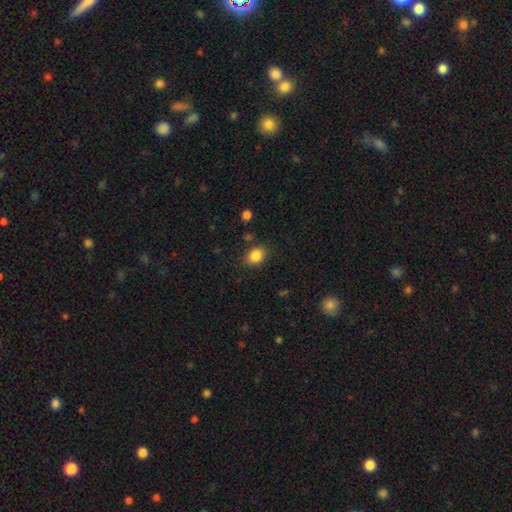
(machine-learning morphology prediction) A smooth galaxy with no disk features (86%) that is in between round and cigar-shaped (53%).

Vote fractions:
- Smooth or featured? smooth: 86% / star or artifact: 10% / featured or disk: 5%
- How rounded? in between: 53% / round: 46% / cigar-shaped: 1%
- Merging? none: 82% / minor disturbance: 12% / major disturbance: 3% / merger: 3%